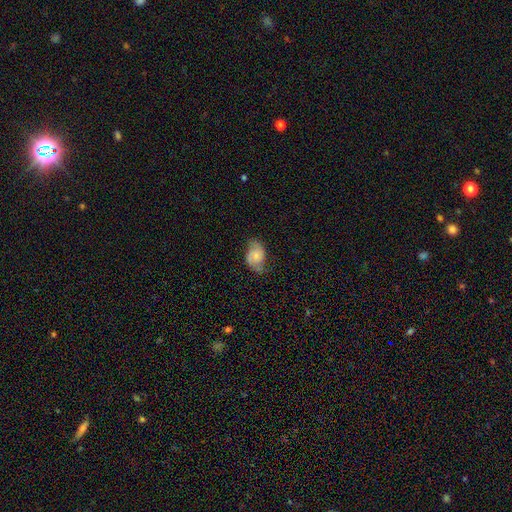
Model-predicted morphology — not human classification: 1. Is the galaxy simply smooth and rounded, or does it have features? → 57% featured or disk, 35% smooth, 8% star or artifact.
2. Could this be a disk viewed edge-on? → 97% no, 3% yes.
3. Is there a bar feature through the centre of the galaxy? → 65% no, 29% weak, 5% strong.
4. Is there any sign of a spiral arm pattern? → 91% yes, 9% no.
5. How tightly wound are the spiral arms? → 44% medium, 36% loose, 20% tight.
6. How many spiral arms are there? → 87% 2, 6% can't tell, 3% 1, 1% 3, 1% 4, 1% more than 4.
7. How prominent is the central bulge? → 42% small, 27% moderate, 22% none, 7% large, 2% dominant.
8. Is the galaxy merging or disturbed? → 62% none, 25% minor disturbance, 11% major disturbance, 1% merger.